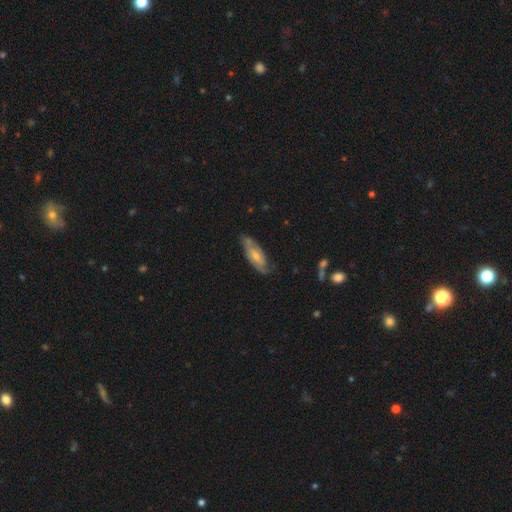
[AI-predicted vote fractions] smooth_or_featured: featured or disk (p=0.64) [alt: smooth p=0.30]
disk_edge_on: no (p=0.80) [alt: yes p=0.20]
bar: no (p=0.53) [alt: weak p=0.37]
has_spiral_arms: yes (p=0.82) [alt: no p=0.18]
bulge_size: small (p=0.47) [alt: moderate p=0.45]
merging: none (p=0.72) [alt: minor disturbance p=0.20]